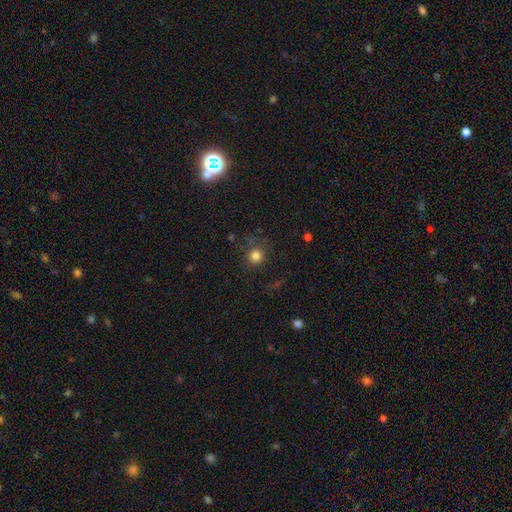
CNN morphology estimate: Overall: smooth (80%). How rounded: round (92%). Merging: none (81%).